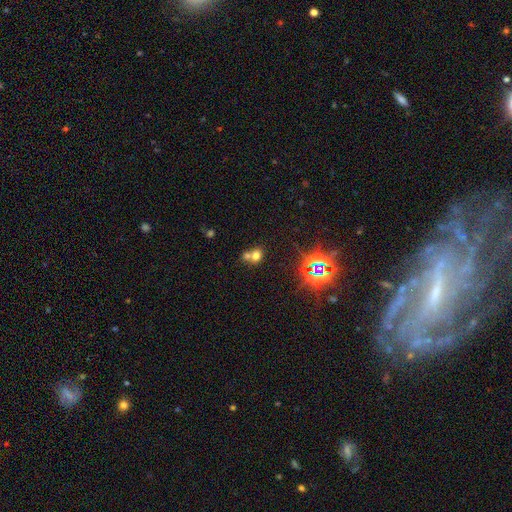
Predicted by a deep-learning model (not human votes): A smooth galaxy with no disk features (63%) that is round (63%). Merging: merger (52%).